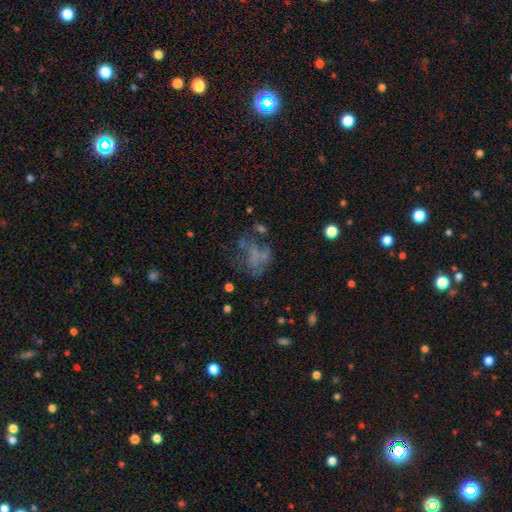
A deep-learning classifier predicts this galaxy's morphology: Q: Smooth or featured?
A: featured or disk (43%); runner-up: smooth (36%)
Q: Merging?
A: none (38%); runner-up: major disturbance (34%)